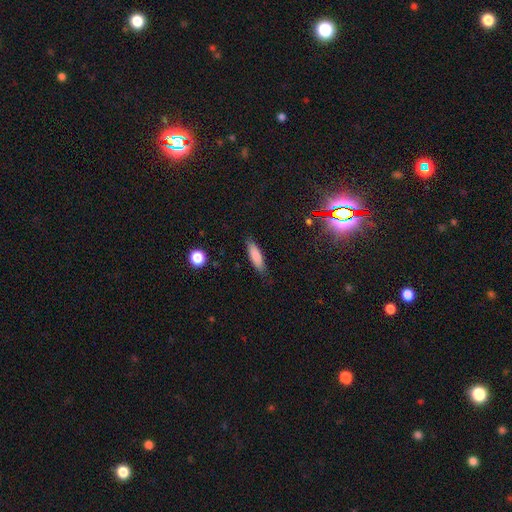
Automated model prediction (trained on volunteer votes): Q: Smooth or featured?
A: smooth (83%); runner-up: featured or disk (10%)
Q: How rounded?
A: cigar-shaped (60%); runner-up: in between (38%)
Q: Merging?
A: none (85%); runner-up: minor disturbance (12%)